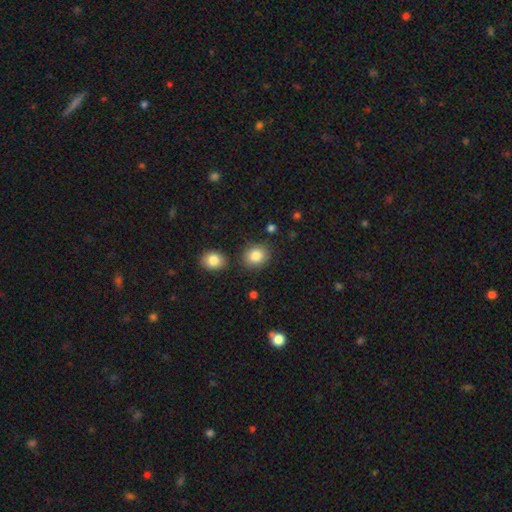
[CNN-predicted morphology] A smooth galaxy with no disk features (85%) that is round (63%).

Vote fractions:
- Smooth or featured? smooth: 85% / star or artifact: 9% / featured or disk: 6%
- How rounded? round: 63% / in between: 36% / cigar-shaped: 1%
- Merging? none: 81% / minor disturbance: 10% / merger: 6% / major disturbance: 3%